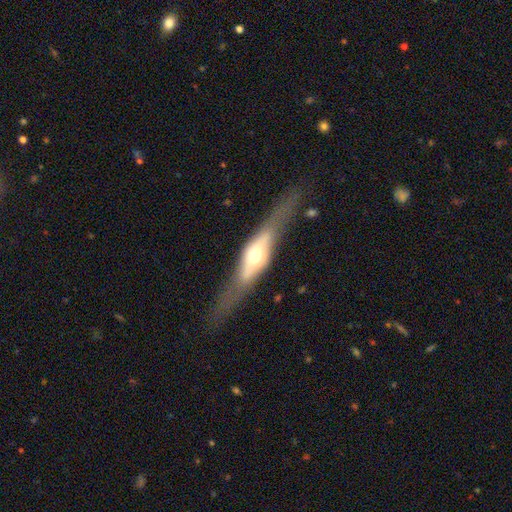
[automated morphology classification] A featured or disk galaxy (68%) viewed edge-on (85%) with a rounded central bulge (88%).

Vote fractions:
- Smooth or featured? featured or disk: 68% / smooth: 27% / star or artifact: 5%
- Edge-on disk? yes: 85% / no: 15%
- Edge-on bulge? rounded: 88% / boxy: 8% / none: 3%
- Merging? none: 71% / minor disturbance: 17% / major disturbance: 10% / merger: 2%